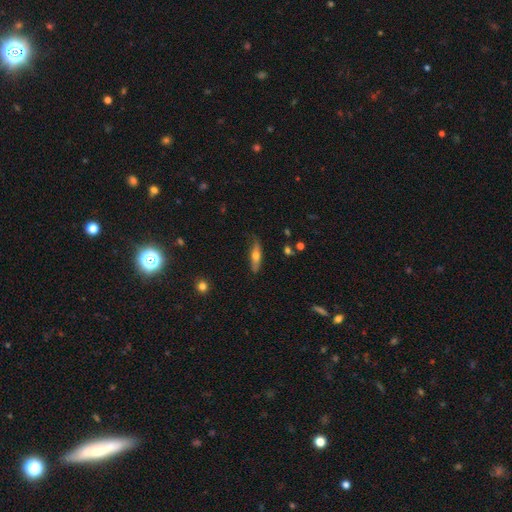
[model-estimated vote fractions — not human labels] Smooth or featured: smooth — 55% (featured or disk — 39%)
How rounded: cigar-shaped — 68% (in between — 30%)
Merging: none — 76% (minor disturbance — 19%)